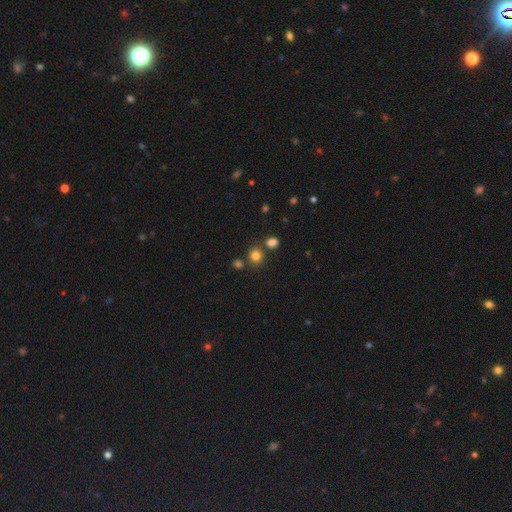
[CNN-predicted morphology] Smooth or featured?
  - smooth: 80% *
  - star or artifact: 15%
  - featured or disk: 5%
How rounded?
  - round: 82% *
  - in between: 17%
  - cigar-shaped: 1%
Merging?
  - none: 74% *
  - merger: 14%
  - minor disturbance: 9%
  - major disturbance: 3%